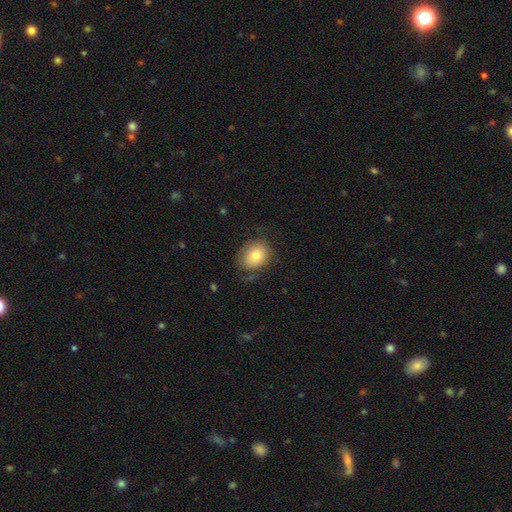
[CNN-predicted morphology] This appears to be a smooth galaxy with no disk features (75%) that is in between round and cigar-shaped (52%). Merging: none (69%).